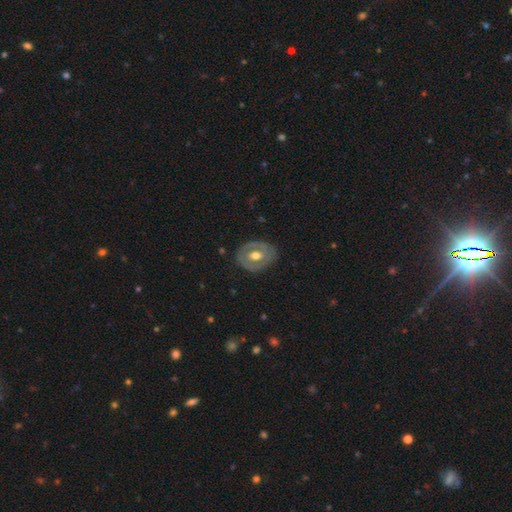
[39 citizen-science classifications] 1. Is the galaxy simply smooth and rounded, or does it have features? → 64% featured or disk, 36% smooth, 0% star or artifact.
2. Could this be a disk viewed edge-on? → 92% no, 8% yes.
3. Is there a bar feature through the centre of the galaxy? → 61% no, 30% weak, 9% strong.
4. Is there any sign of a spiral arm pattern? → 91% no, 9% yes.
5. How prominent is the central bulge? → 70% moderate, 22% large, 4% dominant, 4% small, 0% none.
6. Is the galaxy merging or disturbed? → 87% none, 13% minor disturbance, 0% major disturbance, 0% merger.